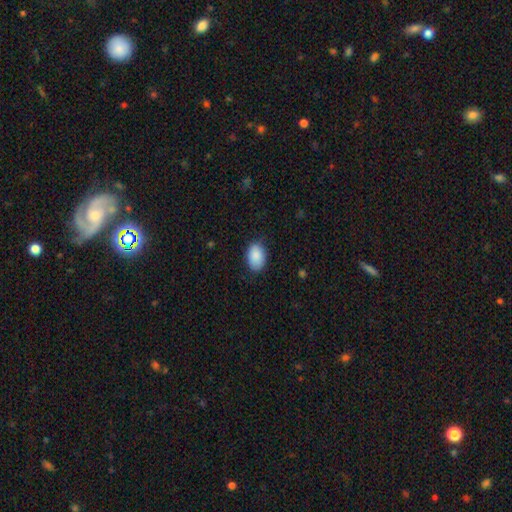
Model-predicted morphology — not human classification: A smooth galaxy with no disk features (89%) that is in between round and cigar-shaped (84%). Merging: none (82%).